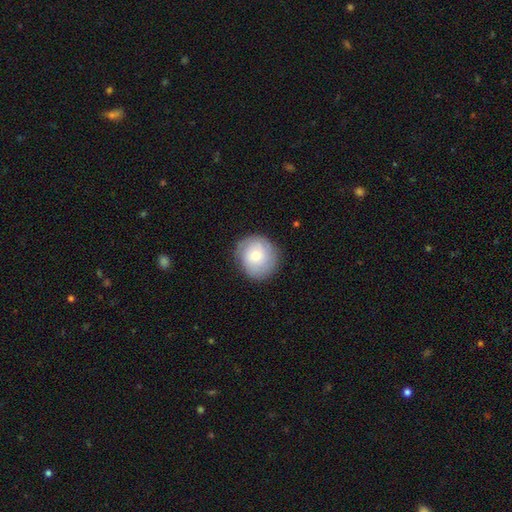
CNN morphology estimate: Smooth or featured: smooth — 66% (featured or disk — 26%)
How rounded: round — 88% (in between — 11%)
Merging: none — 82% (minor disturbance — 13%)